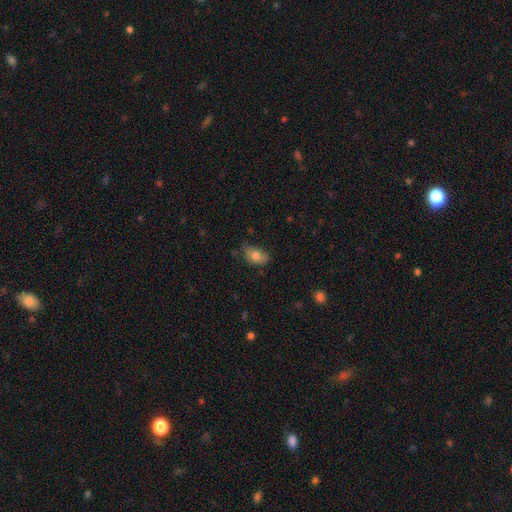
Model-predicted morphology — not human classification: A smooth galaxy with no disk features (77%) that is in between round and cigar-shaped (84%). Merging: none (58%).